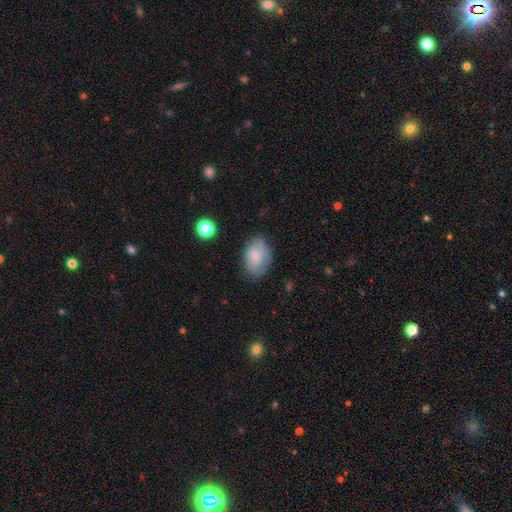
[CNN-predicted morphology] Q: Smooth or featured?
A: smooth (63%); runner-up: featured or disk (29%)
Q: How rounded?
A: in between (85%); runner-up: round (14%)
Q: Merging?
A: none (71%); runner-up: minor disturbance (21%)